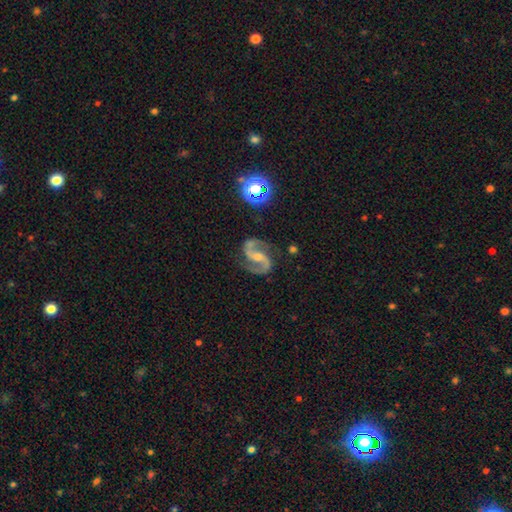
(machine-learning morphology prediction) type=featured or disk (91%); edge-on=no (98%); bar=weak (40%); spiral arms=yes (98%); winding=medium (61%); arm count=2 (95%); bulge=small (53%); merging=none (82%).